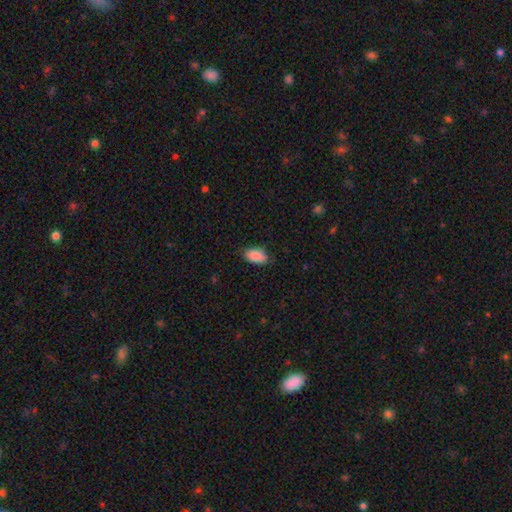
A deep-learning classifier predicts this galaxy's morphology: A smooth galaxy with no disk features (89%) that is in between round and cigar-shaped (94%).

Vote fractions:
- Smooth or featured? smooth: 89% / star or artifact: 7% / featured or disk: 4%
- How rounded? in between: 94% / round: 4% / cigar-shaped: 2%
- Merging? none: 80% / minor disturbance: 16% / major disturbance: 3% / merger: 1%